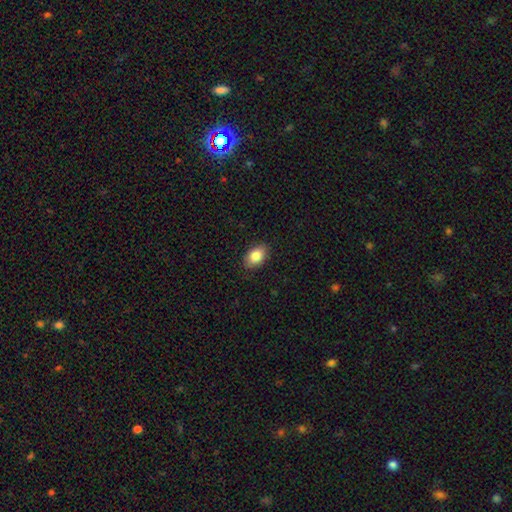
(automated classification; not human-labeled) Smooth or featured? Predicted: smooth (p=0.85). How rounded? Predicted: in between (p=0.88). Merging? Predicted: none (p=0.86).